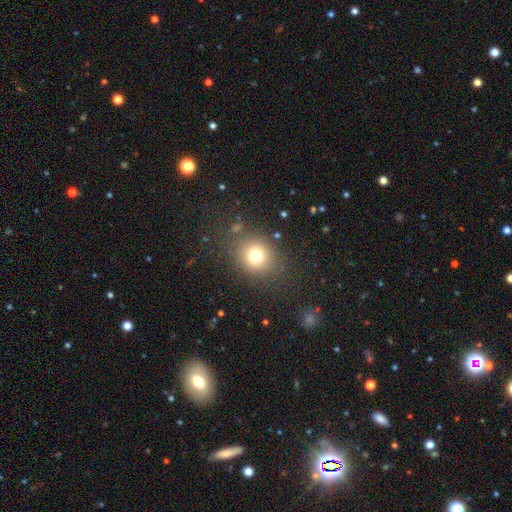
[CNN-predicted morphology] smooth_or_featured: smooth (p=0.76) [alt: star or artifact p=0.14]
how_rounded: round (p=0.71) [alt: in between p=0.28]
merging: none (p=0.81) [alt: minor disturbance p=0.10]